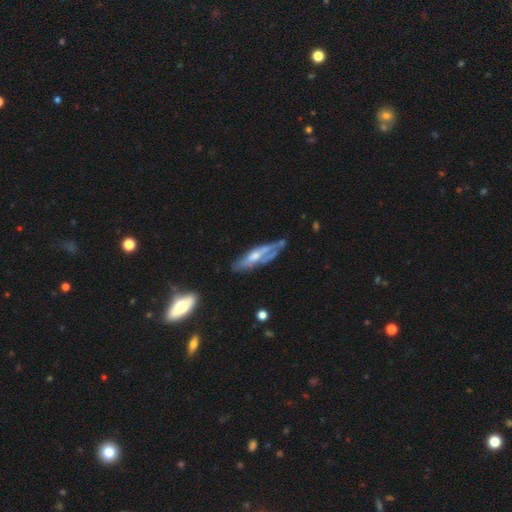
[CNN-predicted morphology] type=featured or disk (62%); edge-on=no (56%); merging=none (45%).